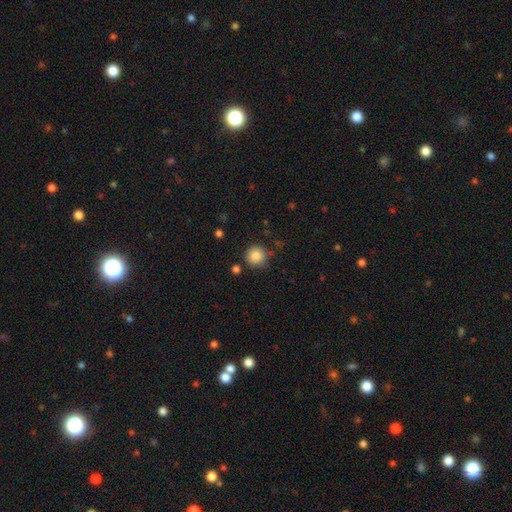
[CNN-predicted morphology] smooth 86%, star or artifact 10%, featured or disk 4%. Down the decision tree: how rounded — round (94%); merging — none (81%).